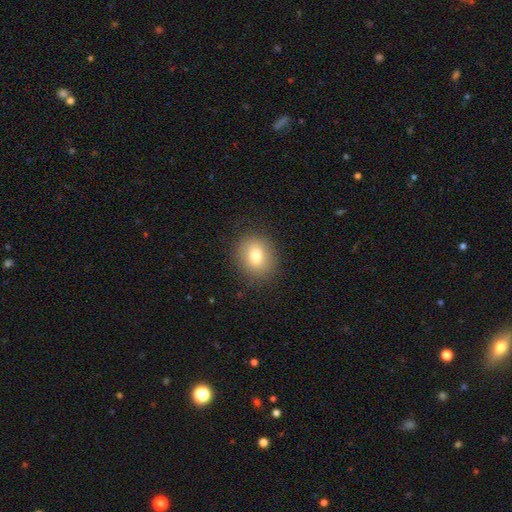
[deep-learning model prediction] Smooth or featured? smooth (79%)
How rounded? round (60%)
Merging? none (86%)